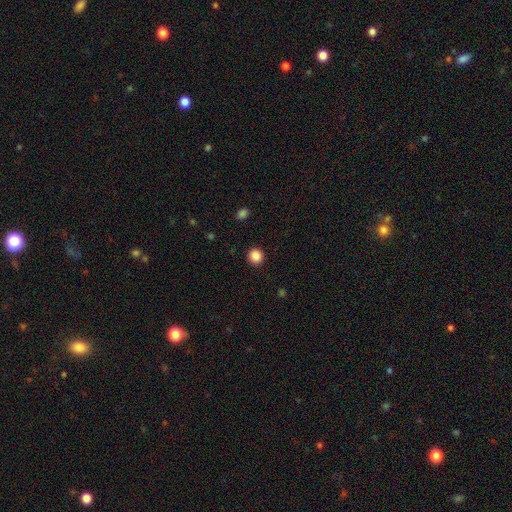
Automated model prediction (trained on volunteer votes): smooth-or-featured: smooth: 87% | star or artifact: 10% | featured or disk: 3%
  how-rounded: round: 90% | in between: 9% | cigar-shaped: 1%
  merging: none: 92% | minor disturbance: 5% | major disturbance: 2% | merger: 1%